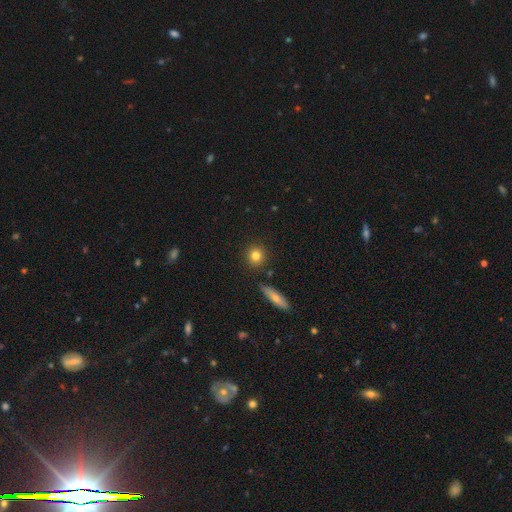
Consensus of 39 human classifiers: Overall: smooth (82%). How rounded: round (100%). Merging: none (95%).